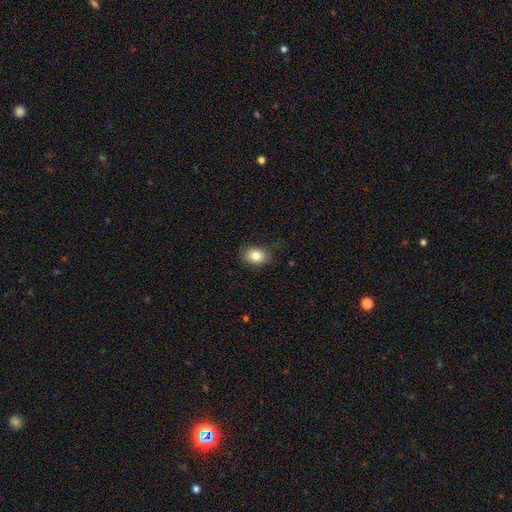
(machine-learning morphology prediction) type=smooth (83%); roundness=in between (72%); merging=none (82%).